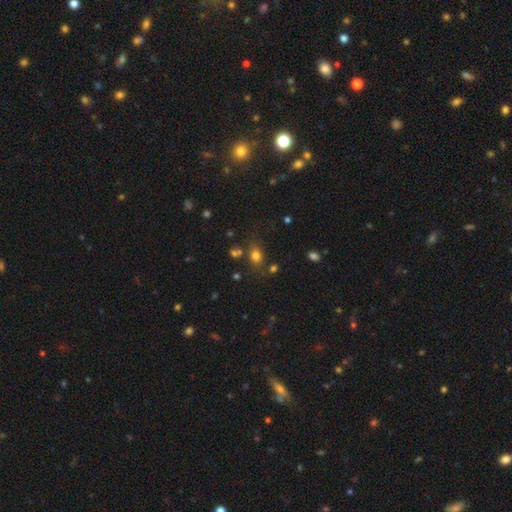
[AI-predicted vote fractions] Morphology: type=smooth (74%); roundness=in between (51%); merging=none (71%).